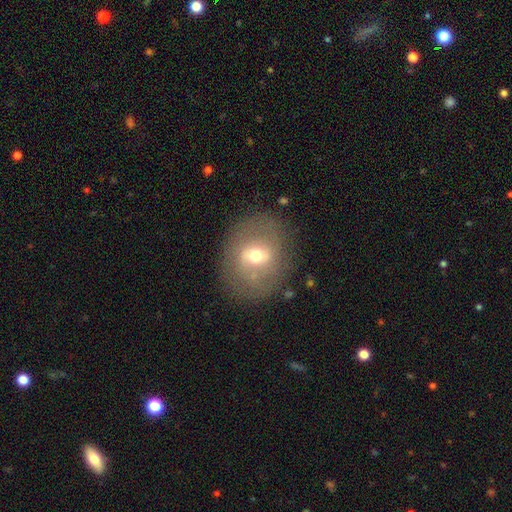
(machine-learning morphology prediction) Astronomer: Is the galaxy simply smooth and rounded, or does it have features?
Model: featured or disk — 48% (runner-up: smooth, 42%).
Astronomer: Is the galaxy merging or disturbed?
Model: none — 79%.